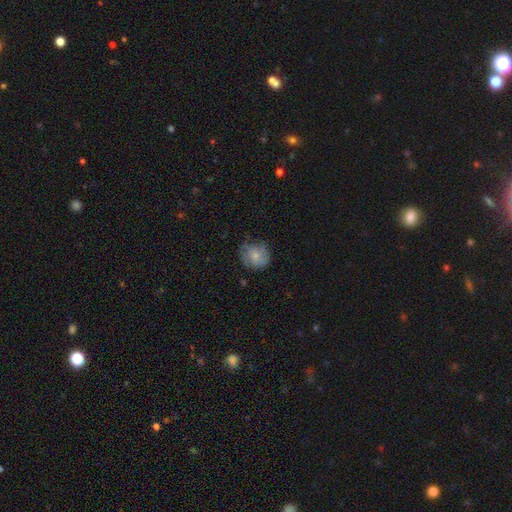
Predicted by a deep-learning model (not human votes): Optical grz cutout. It shows a smooth galaxy with no disk features (58%) that is round (84%). Merging: none (67%).